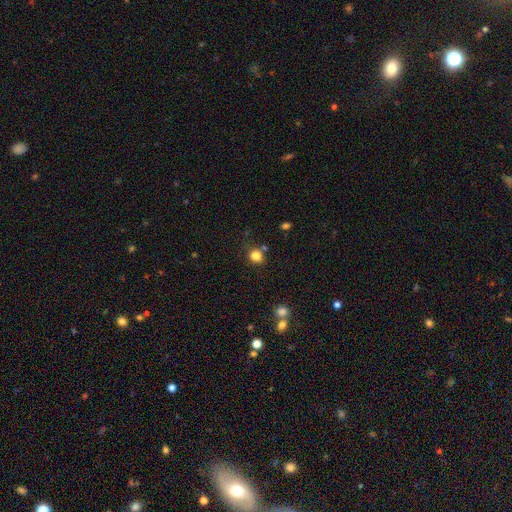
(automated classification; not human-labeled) This is clearly a smooth galaxy (82%). How rounded: likely round (72%). Merging: likely none (71%).